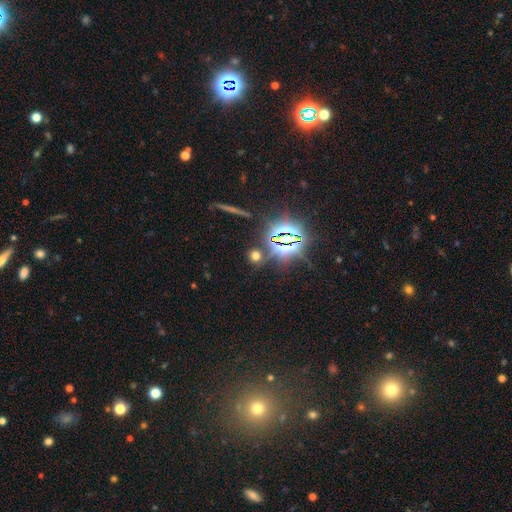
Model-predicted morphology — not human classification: Smooth or featured? smooth (51%)
How rounded? round (85%)
Merging? none (82%)